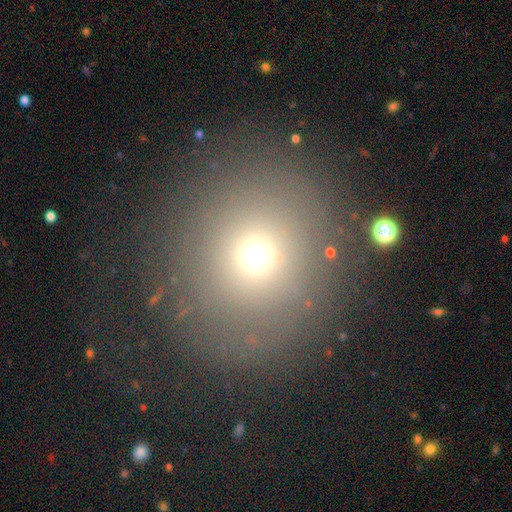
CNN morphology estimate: smooth 67%, star or artifact 22%, featured or disk 12%. Down the decision tree: how rounded — round (88%); merging — none (81%).